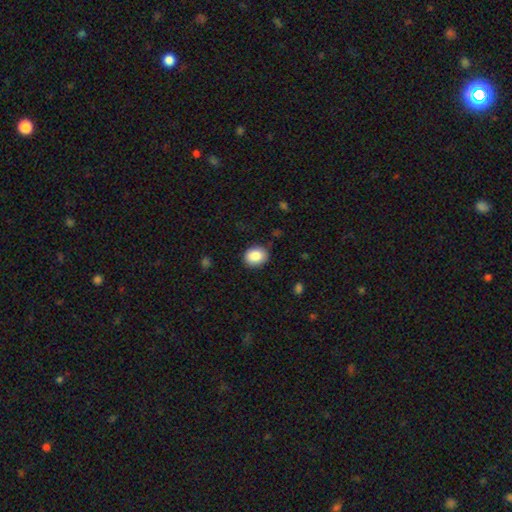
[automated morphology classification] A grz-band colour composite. It shows a smooth galaxy with no disk features (87%) that is round (53%). Merging: none (84%).